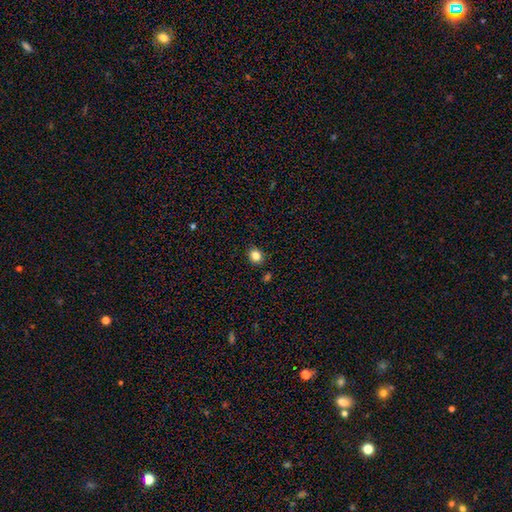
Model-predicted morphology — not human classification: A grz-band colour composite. It shows a smooth galaxy with no disk features (84%) that is round (73%). Merging: none (89%).